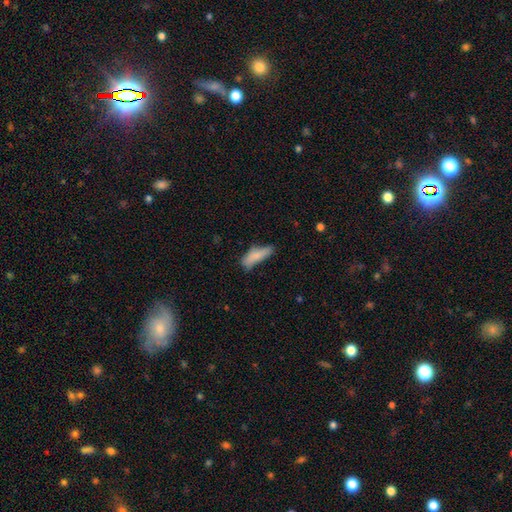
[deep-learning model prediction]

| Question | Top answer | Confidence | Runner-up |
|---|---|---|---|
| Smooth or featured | smooth | 77% | featured or disk (15%) |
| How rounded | in between | 53% | cigar-shaped (44%) |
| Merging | none | 45% | minor disturbance (35%) |